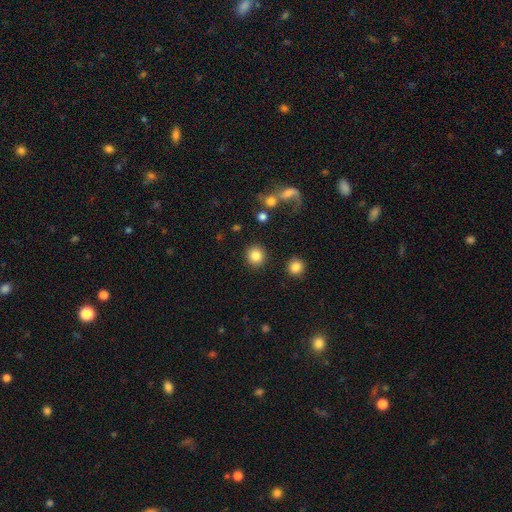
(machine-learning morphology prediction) type=smooth (85%); roundness=round (90%); merging=none (89%).